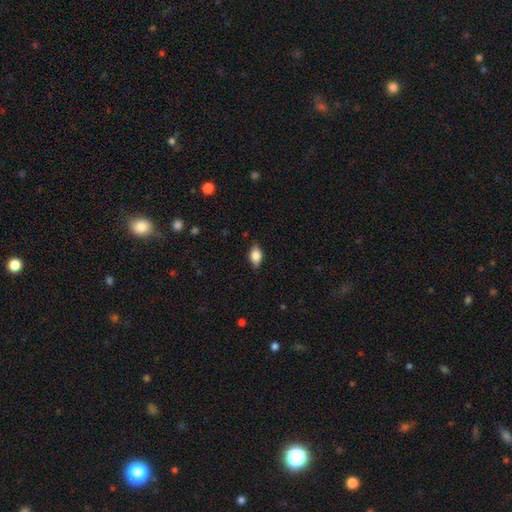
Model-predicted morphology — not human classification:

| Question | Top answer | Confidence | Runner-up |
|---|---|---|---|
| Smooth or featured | smooth | 80% | featured or disk (13%) |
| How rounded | in between | 86% | round (10%) |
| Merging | none | 80% | minor disturbance (16%) |